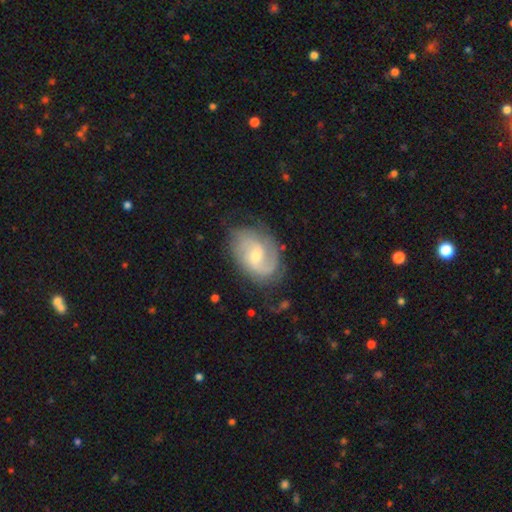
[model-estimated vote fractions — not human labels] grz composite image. It shows a featured or disk galaxy (82%) with a weak bar (52%), 2 (68%) medium (46%) spiral arms (95%) and a moderate central bulge (48%). Merging: none (70%).